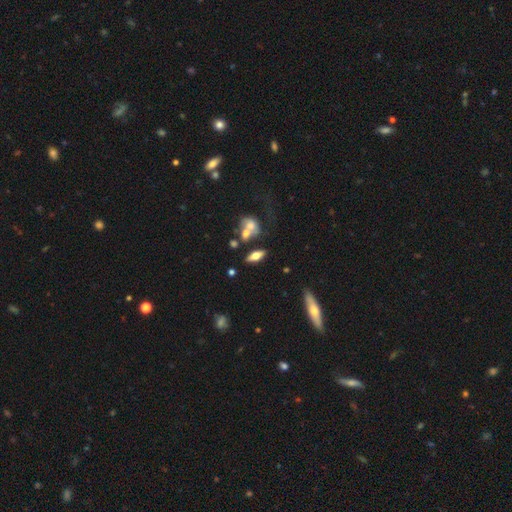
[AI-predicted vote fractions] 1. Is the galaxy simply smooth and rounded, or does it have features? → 51% smooth, 40% featured or disk, 9% star or artifact.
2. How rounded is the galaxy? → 69% in between, 27% cigar-shaped, 4% round.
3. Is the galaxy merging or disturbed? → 69% none, 14% merger, 13% minor disturbance, 4% major disturbance.